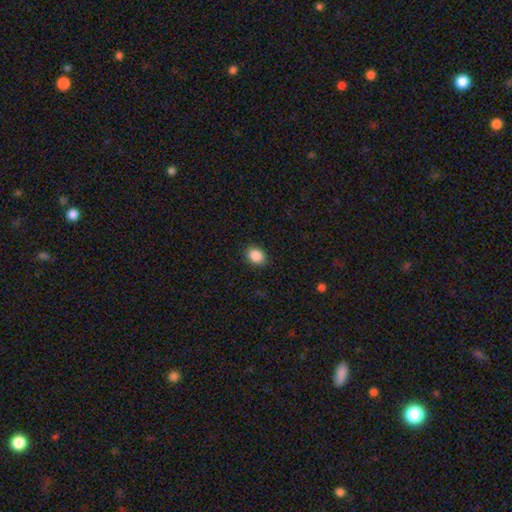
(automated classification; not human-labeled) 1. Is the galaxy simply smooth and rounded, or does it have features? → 89% smooth, 8% star or artifact, 3% featured or disk.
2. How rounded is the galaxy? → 62% in between, 37% round, 1% cigar-shaped.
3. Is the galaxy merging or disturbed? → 89% none, 8% minor disturbance, 2% major disturbance, 1% merger.